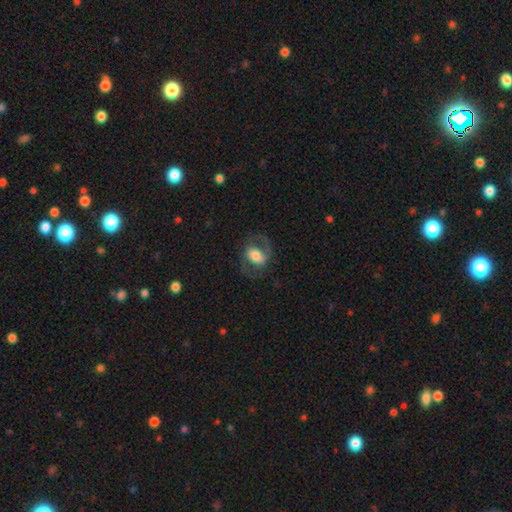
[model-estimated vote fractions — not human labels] Smooth or featured?
  - featured or disk: 60% *
  - smooth: 32%
  - star or artifact: 7%
Edge-on disk?
  - no: 95% *
  - yes: 5%
Bar?
  - weak: 37% *
  - no: 35%
  - strong: 28%
Spiral arms?
  - yes: 81% *
  - no: 19%
Bulge size?
  - moderate: 43% *
  - large: 35%
  - small: 13%
  - dominant: 6%
  - none: 3%
Merging?
  - none: 67% *
  - minor disturbance: 16%
  - major disturbance: 15%
  - merger: 1%